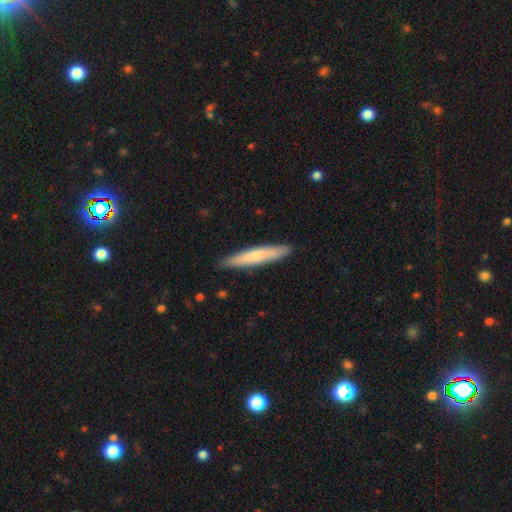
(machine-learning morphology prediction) smooth-or-featured: smooth: 70% | featured or disk: 25% | star or artifact: 5%
  how-rounded: cigar-shaped: 93% | in between: 6% | round: 1%
  merging: none: 89% | minor disturbance: 8% | major disturbance: 1% | merger: 1%